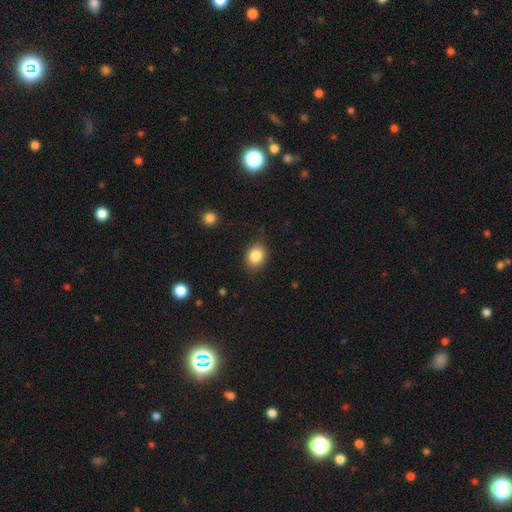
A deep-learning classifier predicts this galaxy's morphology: A smooth galaxy with no disk features (85%) that is round (51%). Merging: none (85%).